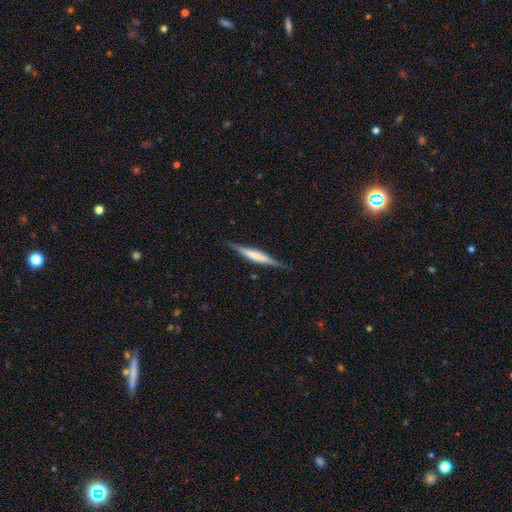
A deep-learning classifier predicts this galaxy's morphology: smooth_or_featured: featured or disk (p=0.58) [alt: smooth p=0.37]
disk_edge_on: yes (p=0.97) [alt: no p=0.03]
edge_on_bulge: none (p=0.40) [alt: boxy p=0.31]
merging: none (p=0.86) [alt: minor disturbance p=0.11]